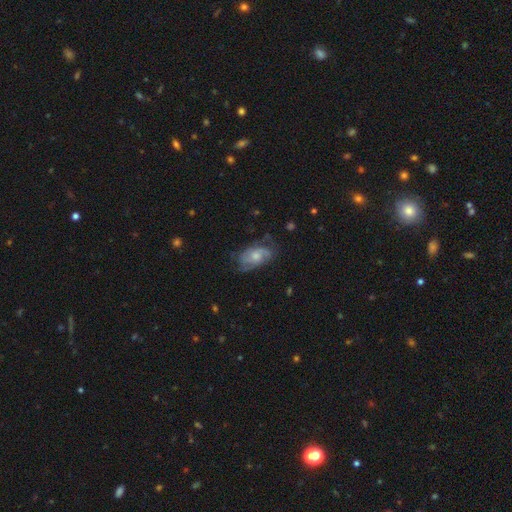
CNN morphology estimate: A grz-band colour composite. It shows a featured or disk galaxy (66%) with no bar (72%), 2 (47%) medium (43%) spiral arms (86%) and a moderate central bulge (50%). Merging: none (57%).